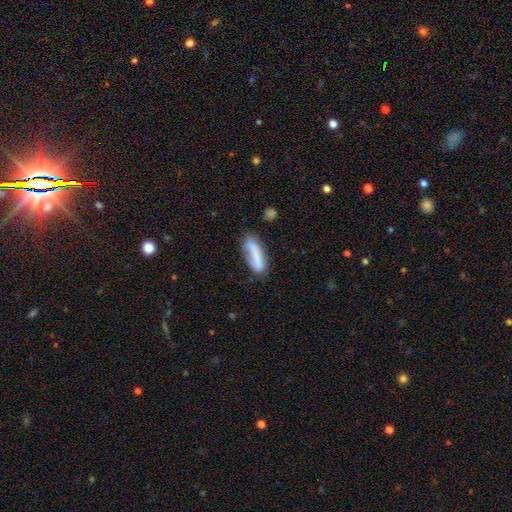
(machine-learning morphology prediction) The model was most divided on "how rounded": cigar-shaped: 51%, in between: 47%, round: 2%. More confident: smooth or featured — smooth (75%); merging — none (61%).